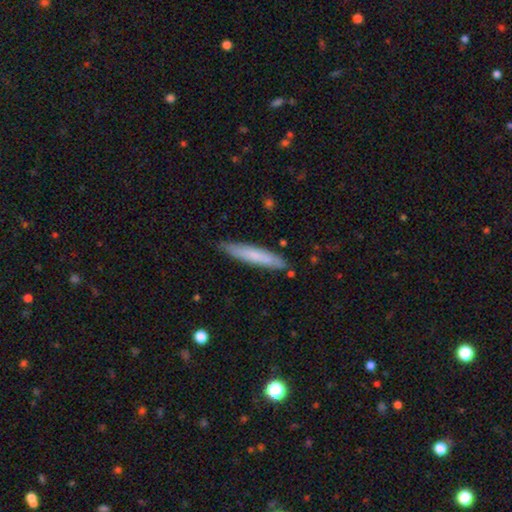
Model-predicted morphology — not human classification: Overall: smooth (72%). How rounded: cigar-shaped (91%). Merging: none (85%).